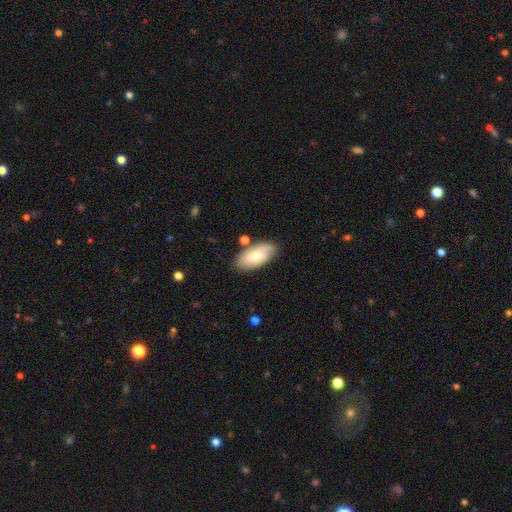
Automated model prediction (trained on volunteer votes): This appears to be a smooth galaxy with no disk features (64%) that is in between round and cigar-shaped (91%). Merging: none (73%).